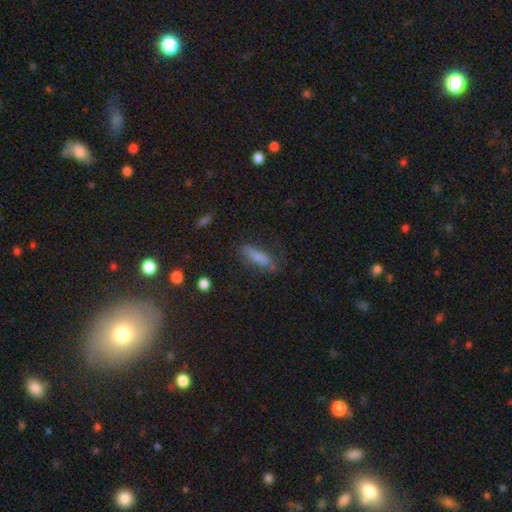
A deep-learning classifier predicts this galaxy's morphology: smooth-or-featured: smooth: 68% | featured or disk: 20% | star or artifact: 13%
  how-rounded: cigar-shaped: 60% | in between: 37% | round: 3%
  merging: none: 71% | minor disturbance: 20% | major disturbance: 7% | merger: 2%